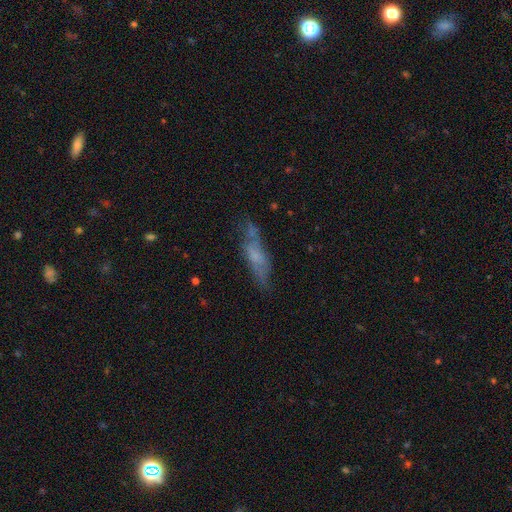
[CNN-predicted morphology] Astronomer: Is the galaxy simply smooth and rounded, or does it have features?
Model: smooth — 48% (runner-up: featured or disk, 43%).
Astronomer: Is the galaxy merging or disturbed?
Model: none — 57%.